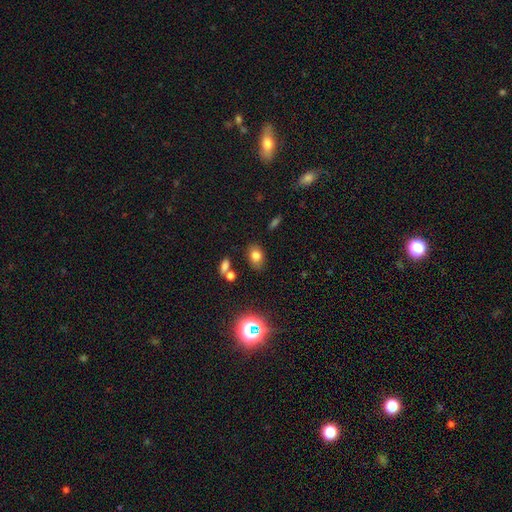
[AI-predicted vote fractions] A smooth galaxy with no disk features (76%) that is in between round and cigar-shaped (76%). Merging: none (79%).